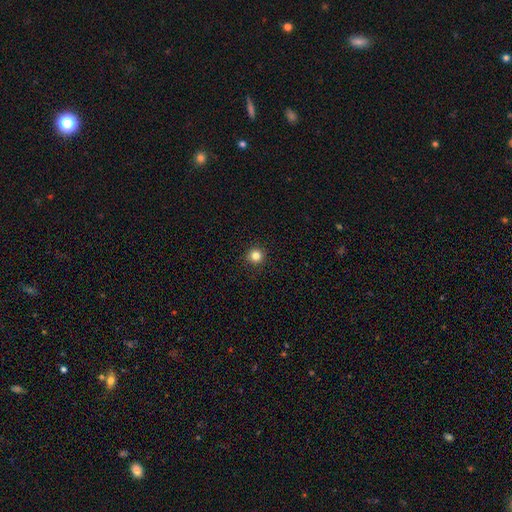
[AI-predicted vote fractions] Q: Smooth or featured?
A: smooth (83%); runner-up: star or artifact (13%)
Q: How rounded?
A: round (96%); runner-up: in between (3%)
Q: Merging?
A: none (93%); runner-up: minor disturbance (5%)